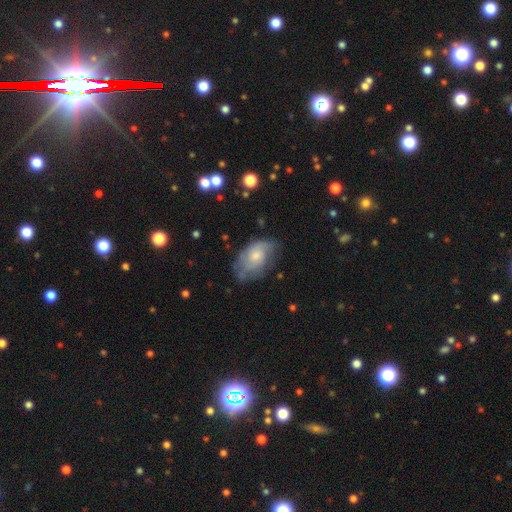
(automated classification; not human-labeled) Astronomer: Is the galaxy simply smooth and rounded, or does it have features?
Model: featured or disk — 53% (runner-up: smooth, 40%).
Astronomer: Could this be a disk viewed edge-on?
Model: no — 95%.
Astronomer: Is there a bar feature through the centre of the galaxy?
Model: no — 77%.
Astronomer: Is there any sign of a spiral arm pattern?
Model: yes — 76%.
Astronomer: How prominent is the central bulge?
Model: small — 49% (runner-up: moderate, 38%).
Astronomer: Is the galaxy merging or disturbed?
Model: none — 55%.